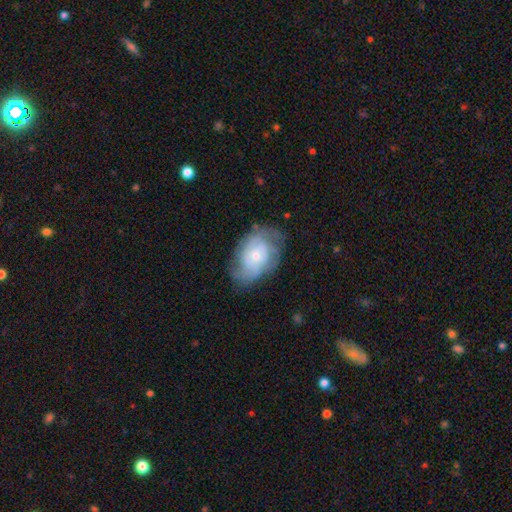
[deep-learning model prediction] This appears to be a featured or disk galaxy (69%) with no bar (73%), tight (50%) spiral arms (84%) and a small central bulge (55%). Merging: none (63%).